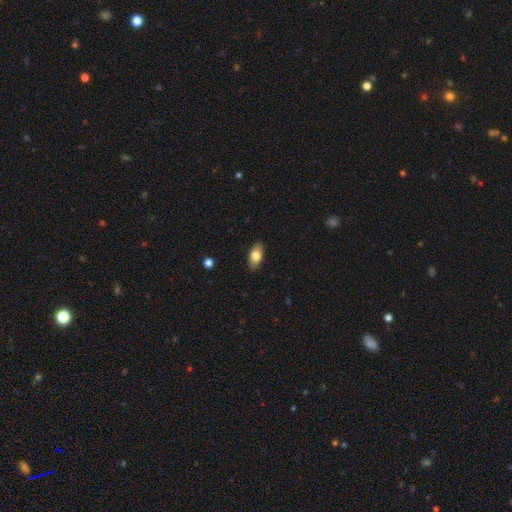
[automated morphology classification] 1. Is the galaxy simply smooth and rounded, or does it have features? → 75% smooth, 18% featured or disk, 7% star or artifact.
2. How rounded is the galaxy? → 87% in between, 7% cigar-shaped, 6% round.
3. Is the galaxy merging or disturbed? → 87% none, 10% minor disturbance, 2% major disturbance, 1% merger.